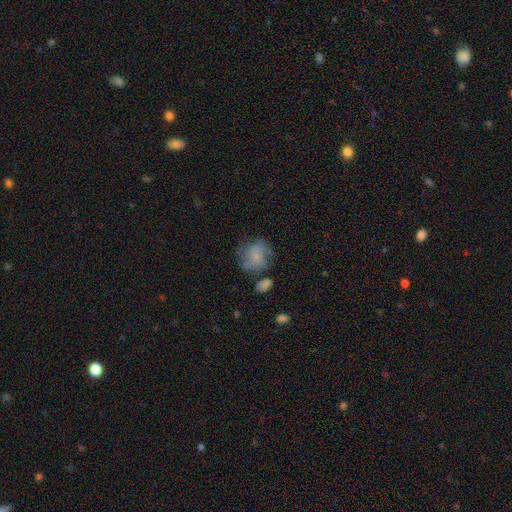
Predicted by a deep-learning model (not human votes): A smooth galaxy with no disk features (54%) that is round (71%). Merging: none (54%).